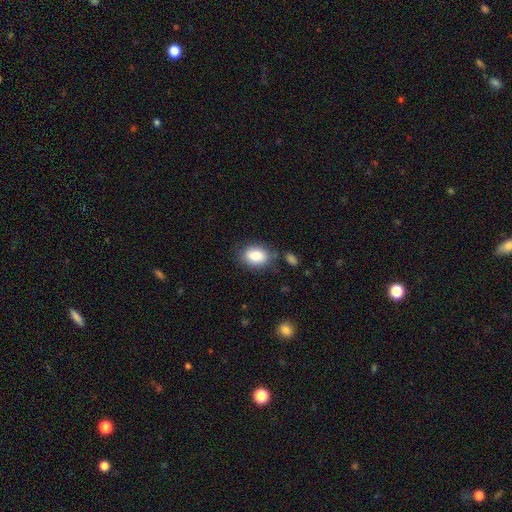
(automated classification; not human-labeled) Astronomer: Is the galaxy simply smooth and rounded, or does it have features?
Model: smooth — 85%.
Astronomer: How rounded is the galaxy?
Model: in between — 75%.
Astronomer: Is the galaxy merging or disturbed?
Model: none — 75%.